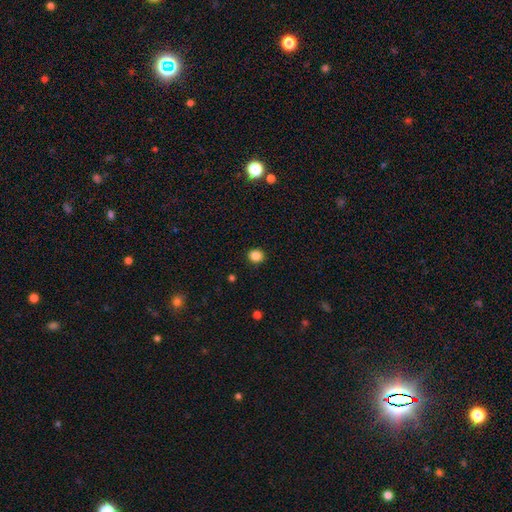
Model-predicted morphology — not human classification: A smooth galaxy with no disk features (85%) that is round (86%).

Vote fractions:
- Smooth or featured? smooth: 85% / star or artifact: 11% / featured or disk: 4%
- How rounded? round: 86% / in between: 13% / cigar-shaped: 1%
- Merging? none: 92% / minor disturbance: 5% / major disturbance: 2% / merger: 1%